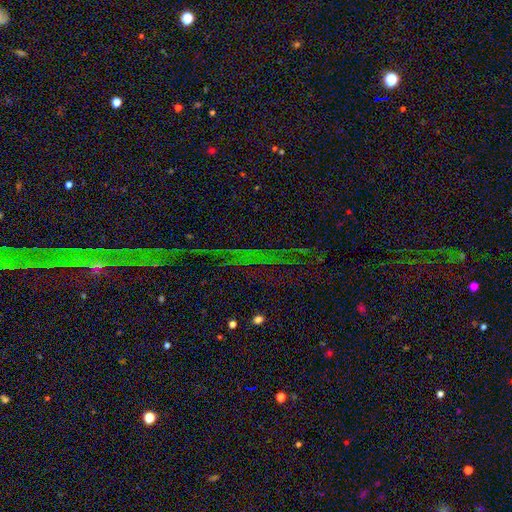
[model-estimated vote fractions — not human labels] This appears to be a star or artifact, not a galaxy (81%).